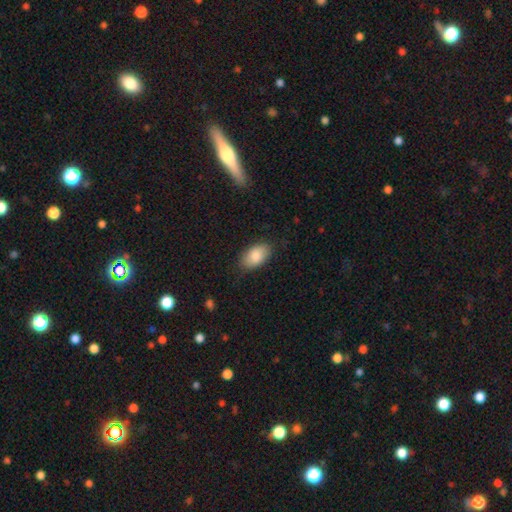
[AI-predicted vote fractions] smooth 86%, featured or disk 7%, star or artifact 6%. Down the decision tree: how rounded — in between (93%); merging — none (81%).